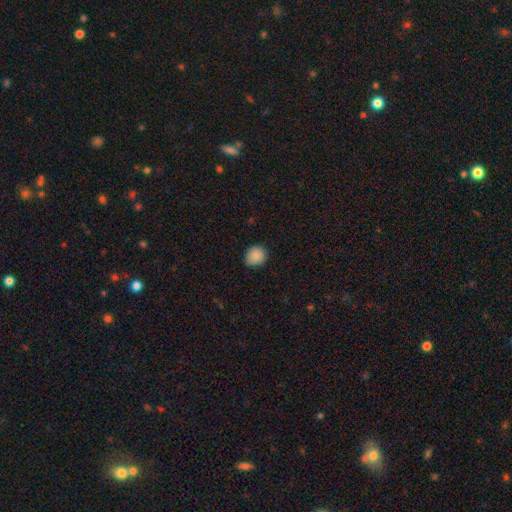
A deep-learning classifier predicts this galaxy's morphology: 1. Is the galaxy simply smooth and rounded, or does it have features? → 88% smooth, 8% star or artifact, 4% featured or disk.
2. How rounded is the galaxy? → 78% round, 21% in between, 1% cigar-shaped.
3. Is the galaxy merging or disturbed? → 82% none, 14% minor disturbance, 2% major disturbance, 1% merger.